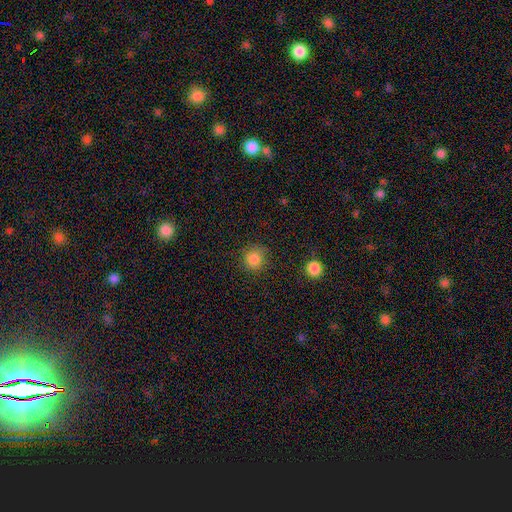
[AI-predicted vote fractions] A smooth galaxy with no disk features (81%) that is round (94%). Merging: none (90%).